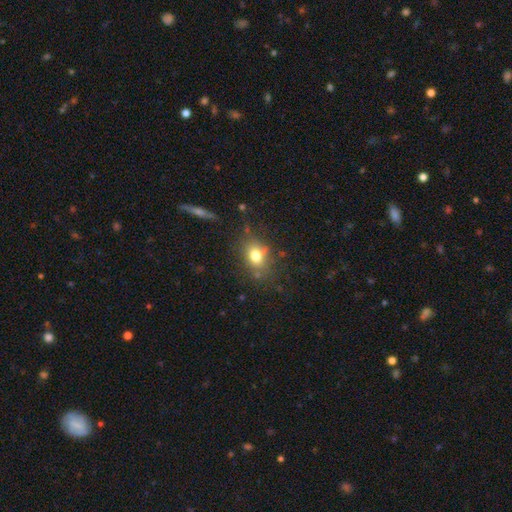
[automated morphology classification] A smooth galaxy with no disk features (76%) that is in between round and cigar-shaped (60%).

Vote fractions:
- Smooth or featured? smooth: 76% / featured or disk: 12% / star or artifact: 12%
- How rounded? in between: 60% / round: 38% / cigar-shaped: 2%
- Merging? none: 70% / minor disturbance: 18% / major disturbance: 7% / merger: 4%